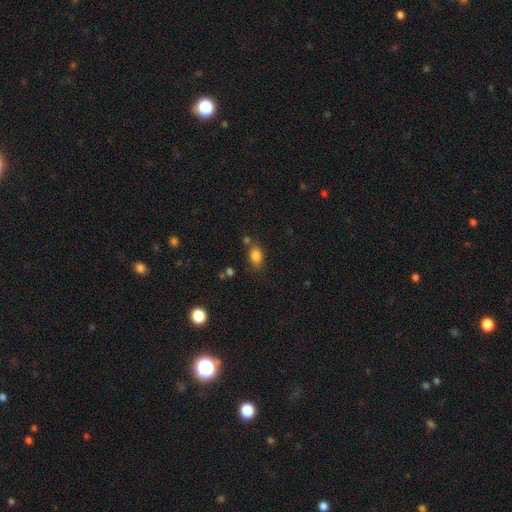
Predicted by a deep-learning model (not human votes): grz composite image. It shows a smooth galaxy with no disk features (84%) that is in between round and cigar-shaped (80%). Merging: none (69%).